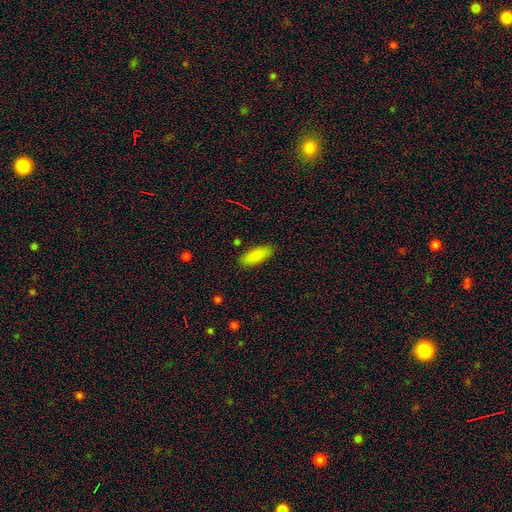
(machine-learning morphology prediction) Smooth or featured? Predicted: smooth (p=0.87). How rounded? Predicted: in between (p=0.71). Merging? Predicted: none (p=0.87).